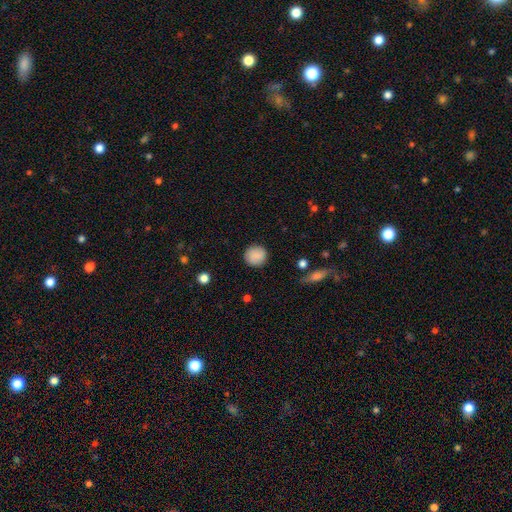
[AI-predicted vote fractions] Overall: smooth (88%). How rounded: round (92%). Merging: none (89%).